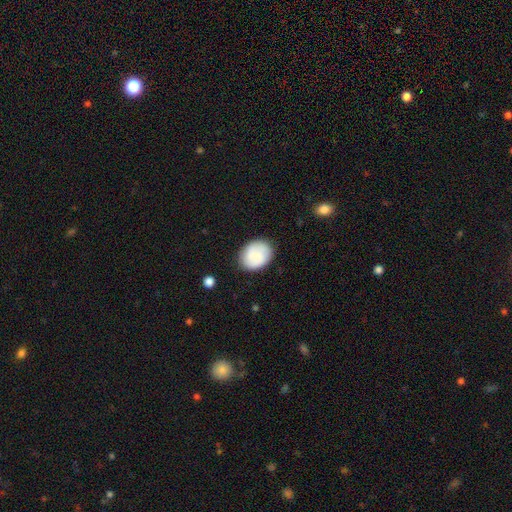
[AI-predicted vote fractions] Smooth or featured? smooth (72%)
How rounded? round (50%)
Merging? none (82%)